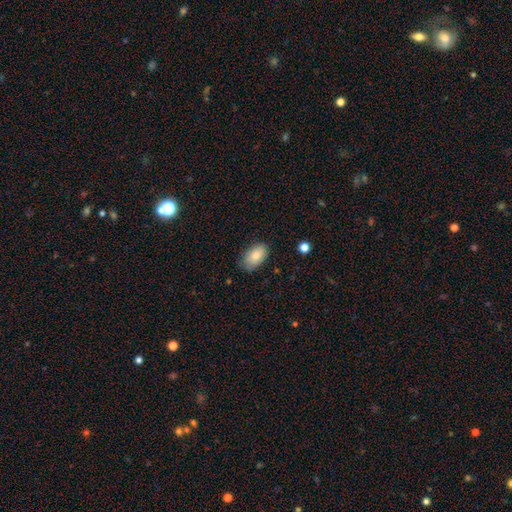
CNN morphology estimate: type=smooth (82%); roundness=in between (93%); merging=none (75%).